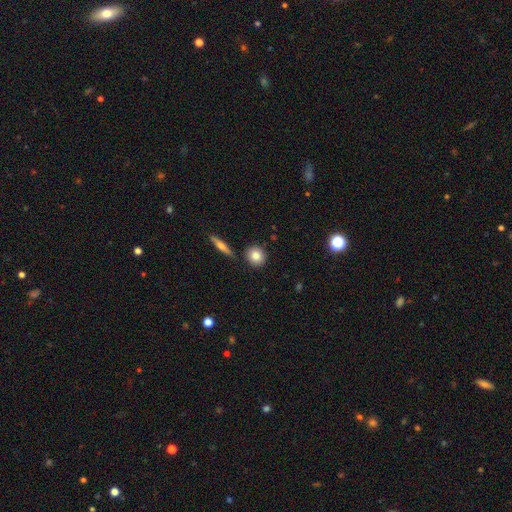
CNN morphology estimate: Smooth or featured?
  - smooth: 81% *
  - featured or disk: 11%
  - star or artifact: 8%
How rounded?
  - round: 84% *
  - in between: 14%
  - cigar-shaped: 2%
Merging?
  - none: 86% *
  - minor disturbance: 8%
  - merger: 4%
  - major disturbance: 2%